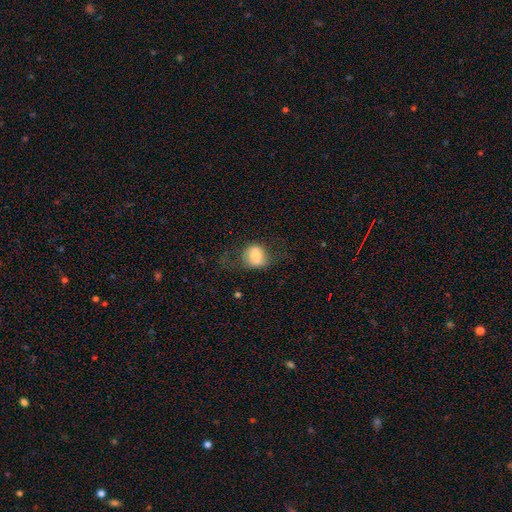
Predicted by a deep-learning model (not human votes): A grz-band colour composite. It shows a smooth galaxy with no disk features (69%) that is round (70%). Merging: none (54%).